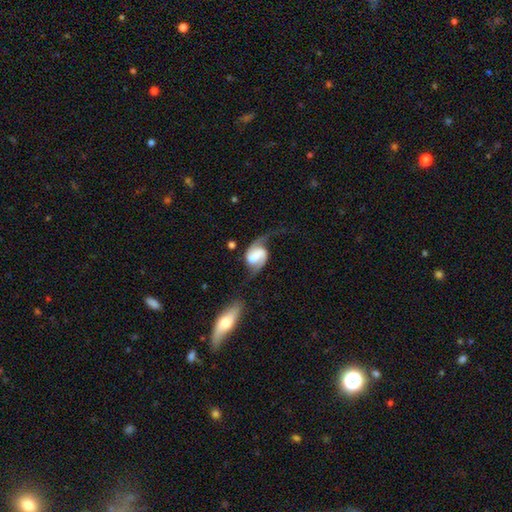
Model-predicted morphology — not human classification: A featured or disk galaxy (83%) with a weak bar (40%), 2 (89%) loose (54%) spiral arms (95%) and no central bulge (35%). Merging: none (49%).